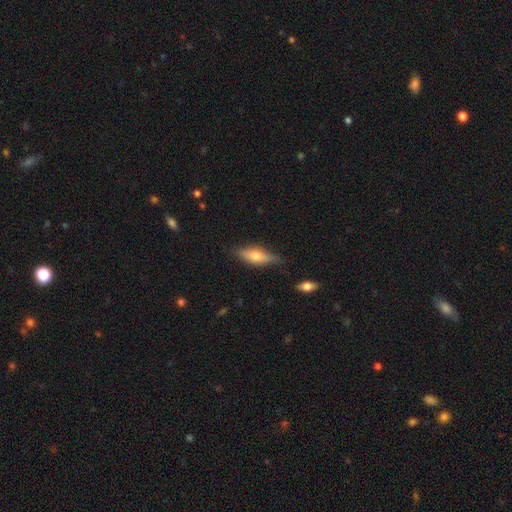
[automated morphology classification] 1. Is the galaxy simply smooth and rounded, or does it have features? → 53% smooth, 40% featured or disk, 7% star or artifact.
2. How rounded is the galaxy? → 62% in between, 34% cigar-shaped, 3% round.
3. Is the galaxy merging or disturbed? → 73% none, 20% minor disturbance, 5% major disturbance, 2% merger.